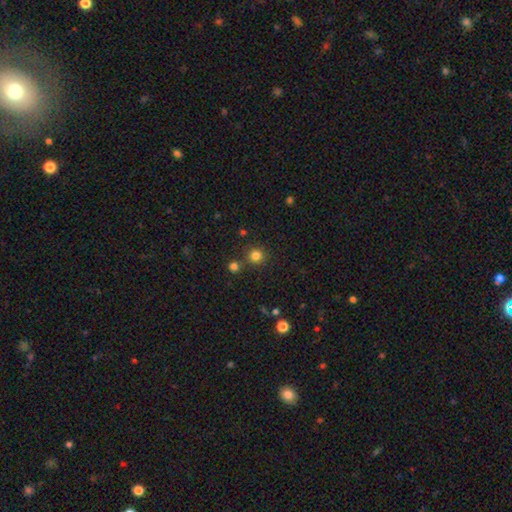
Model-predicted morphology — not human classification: type=smooth (80%); roundness=round (91%); merging=none (77%).